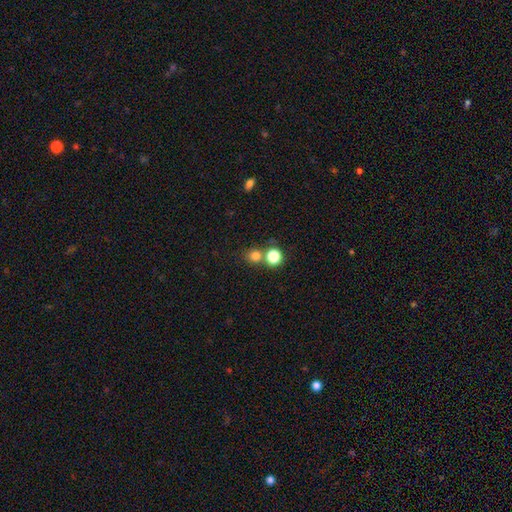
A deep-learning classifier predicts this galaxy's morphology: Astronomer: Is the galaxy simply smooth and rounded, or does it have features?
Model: smooth — 77%.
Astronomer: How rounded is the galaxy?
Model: round — 86%.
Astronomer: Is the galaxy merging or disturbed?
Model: none — 62%.